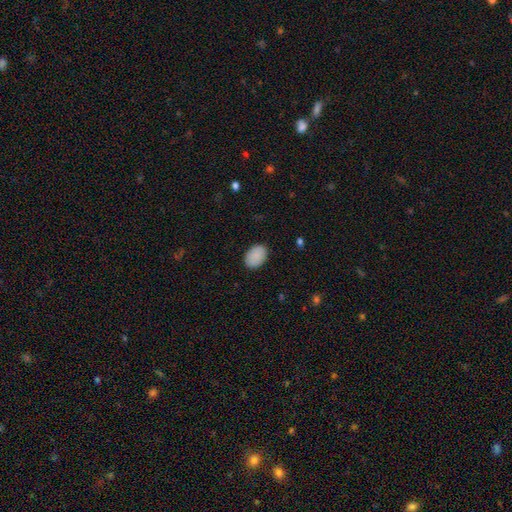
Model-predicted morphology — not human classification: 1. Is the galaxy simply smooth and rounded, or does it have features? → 90% smooth, 7% star or artifact, 3% featured or disk.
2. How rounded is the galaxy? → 84% in between, 15% round, 1% cigar-shaped.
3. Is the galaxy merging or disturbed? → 88% none, 9% minor disturbance, 2% major disturbance, 1% merger.